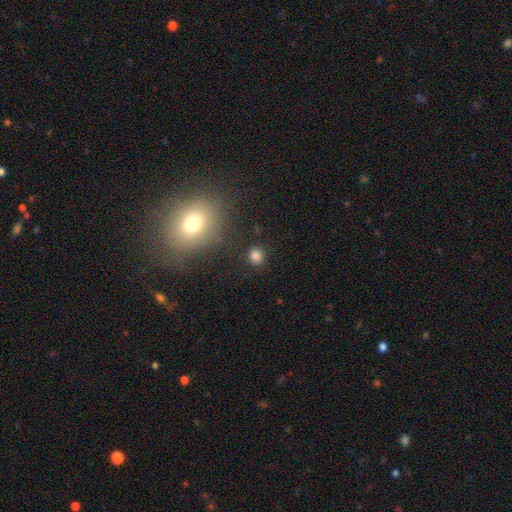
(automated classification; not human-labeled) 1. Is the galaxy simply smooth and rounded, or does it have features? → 82% smooth, 14% star or artifact, 4% featured or disk.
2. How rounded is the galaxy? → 85% round, 13% in between, 1% cigar-shaped.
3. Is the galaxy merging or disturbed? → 88% none, 7% minor disturbance, 3% major disturbance, 3% merger.